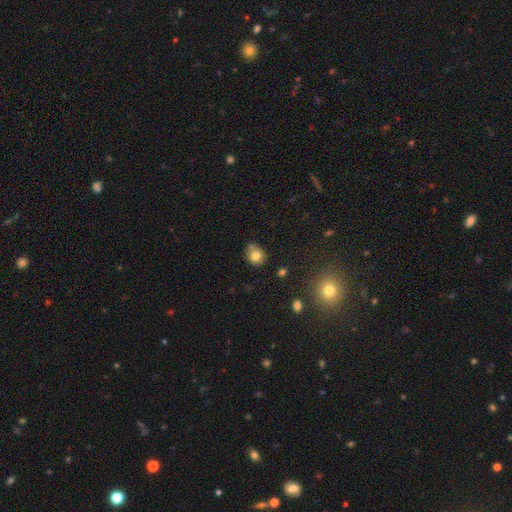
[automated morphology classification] smooth-or-featured: smooth: 77% | featured or disk: 12% | star or artifact: 11%
  how-rounded: round: 64% | in between: 35% | cigar-shaped: 1%
  merging: none: 58% | minor disturbance: 29% | merger: 7% | major disturbance: 6%